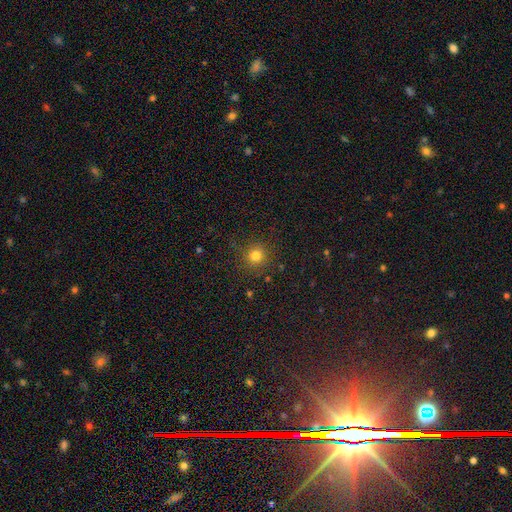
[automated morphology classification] Q: Smooth or featured?
A: smooth (79%); runner-up: star or artifact (16%)
Q: How rounded?
A: round (93%); runner-up: in between (6%)
Q: Merging?
A: none (88%); runner-up: minor disturbance (8%)